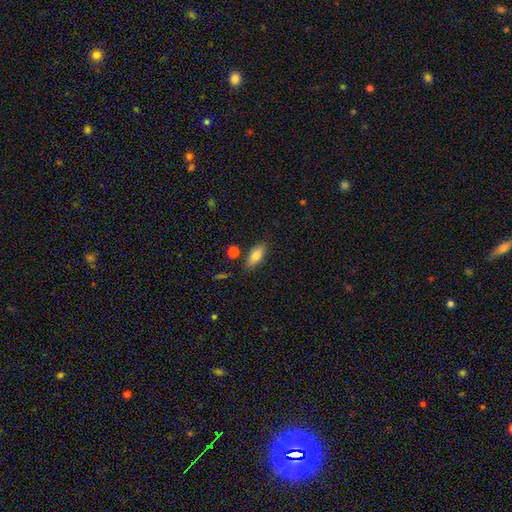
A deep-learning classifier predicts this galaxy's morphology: smooth 79%, featured or disk 13%, star or artifact 7%. Down the decision tree: how rounded — in between (82%); merging — none (82%).